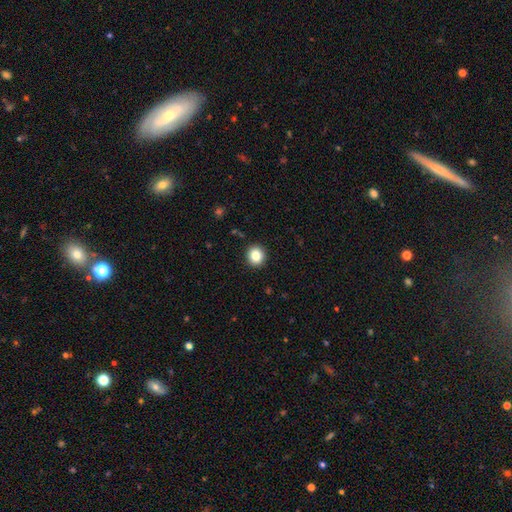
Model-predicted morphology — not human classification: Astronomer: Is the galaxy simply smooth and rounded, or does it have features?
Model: smooth — 83%.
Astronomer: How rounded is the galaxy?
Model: round — 87%.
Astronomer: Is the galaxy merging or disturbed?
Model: none — 92%.